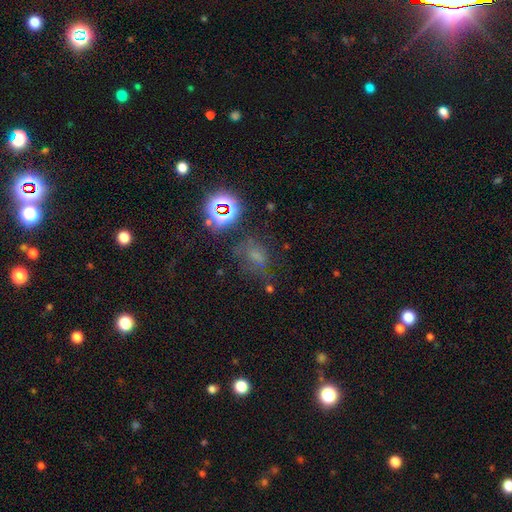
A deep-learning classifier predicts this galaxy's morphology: A star or artifact, not a galaxy (43%).